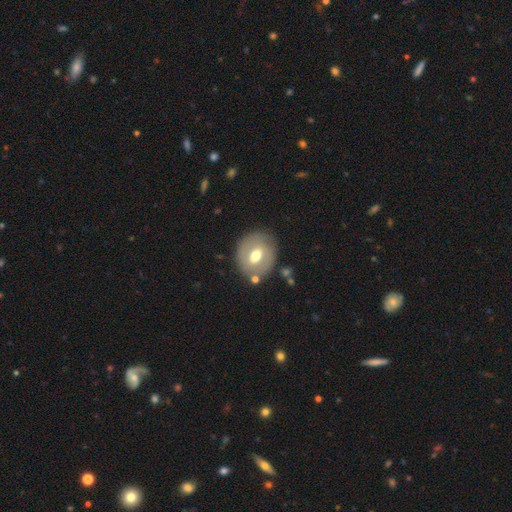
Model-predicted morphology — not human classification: A smooth galaxy with no disk features (51%) that is round (55%).

Vote fractions:
- Smooth or featured? smooth: 51% / featured or disk: 42% / star or artifact: 7%
- How rounded? round: 55% / in between: 44% / cigar-shaped: 1%
- Merging? none: 77% / minor disturbance: 14% / major disturbance: 5% / merger: 4%